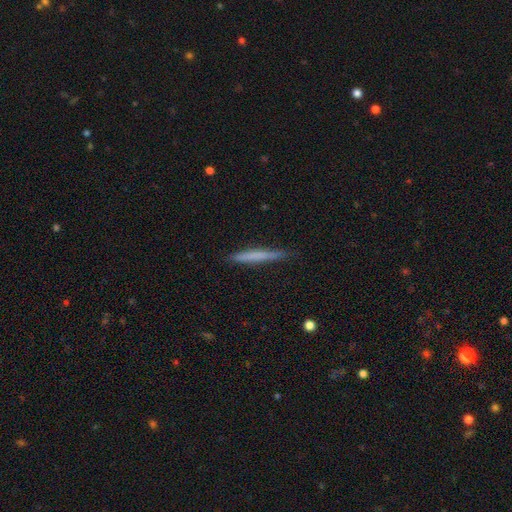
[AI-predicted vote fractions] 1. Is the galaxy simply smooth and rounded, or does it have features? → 62% smooth, 32% featured or disk, 6% star or artifact.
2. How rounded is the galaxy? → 96% cigar-shaped, 2% in between, 1% round.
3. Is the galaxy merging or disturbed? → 87% none, 10% minor disturbance, 2% major disturbance, 1% merger.